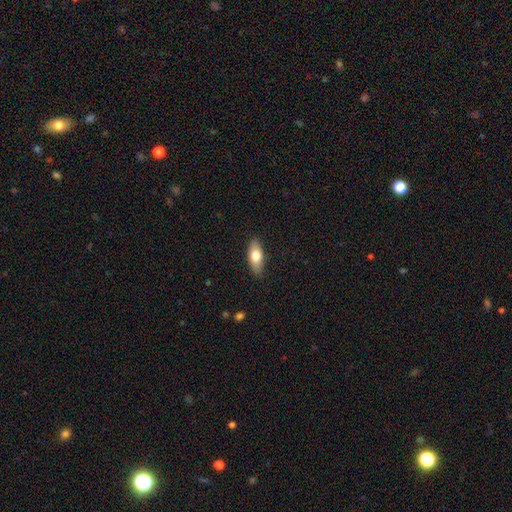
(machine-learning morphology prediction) smooth 71%, featured or disk 23%, star or artifact 6%. Down the decision tree: how rounded — in between (76%); merging — none (86%).